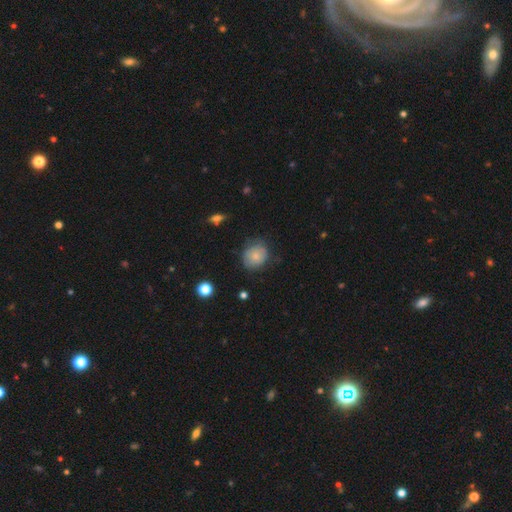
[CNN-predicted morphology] Smooth or featured? Predicted: smooth (p=0.76). How rounded? Predicted: round (p=0.67). Merging? Predicted: none (p=0.67).